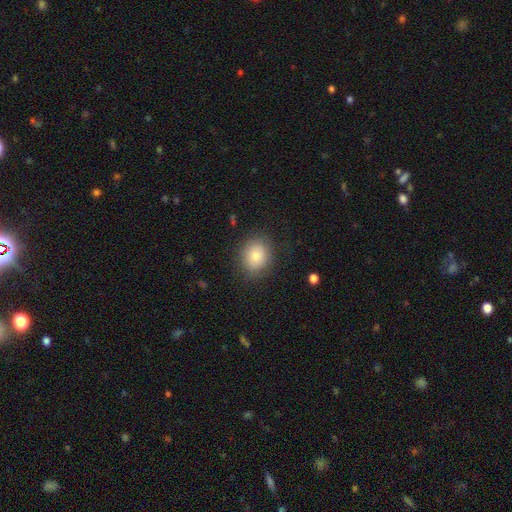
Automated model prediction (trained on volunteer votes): Smooth or featured: smooth — 79% (featured or disk — 11%)
How rounded: round — 67% (in between — 32%)
Merging: none — 85% (minor disturbance — 11%)